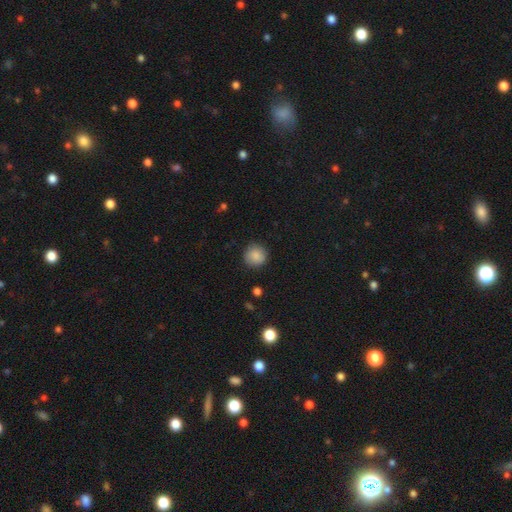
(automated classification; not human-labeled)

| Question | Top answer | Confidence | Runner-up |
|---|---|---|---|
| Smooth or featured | smooth | 87% | star or artifact (8%) |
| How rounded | round | 93% | in between (6%) |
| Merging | none | 87% | minor disturbance (9%) |